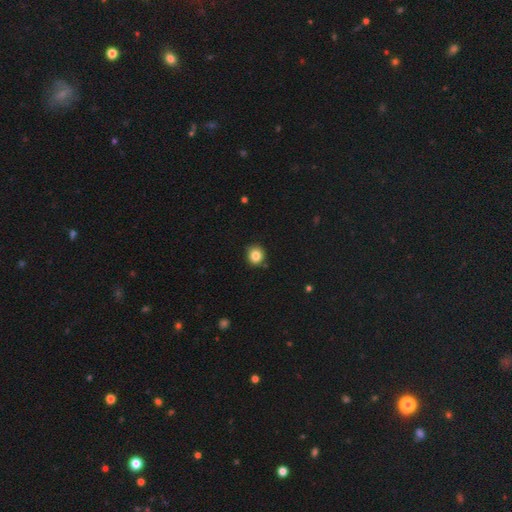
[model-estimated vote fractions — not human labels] smooth-or-featured: smooth: 84% | star or artifact: 10% | featured or disk: 6%
  how-rounded: round: 89% | in between: 10% | cigar-shaped: 1%
  merging: none: 87% | minor disturbance: 9% | merger: 2% | major disturbance: 2%